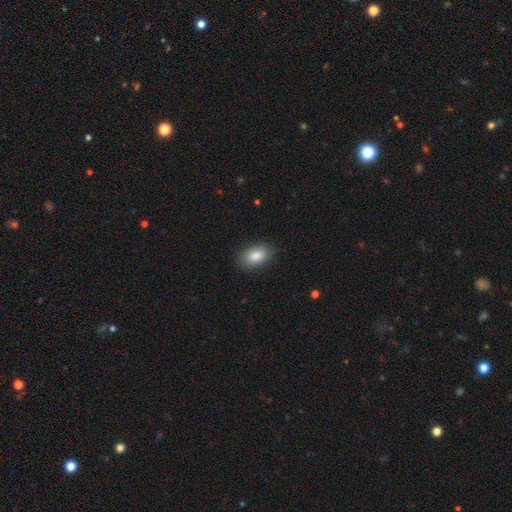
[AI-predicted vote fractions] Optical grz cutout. It shows a smooth galaxy with no disk features (86%) that is in between round and cigar-shaped (92%). Merging: none (87%).